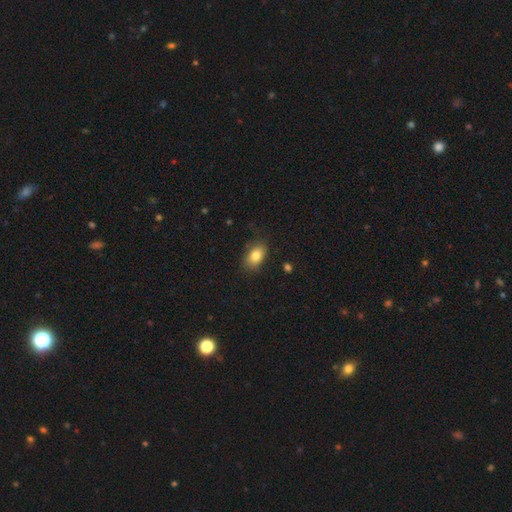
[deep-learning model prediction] This is clearly a smooth galaxy (82%). How rounded: clearly in between (86%). Merging: clearly none (81%).